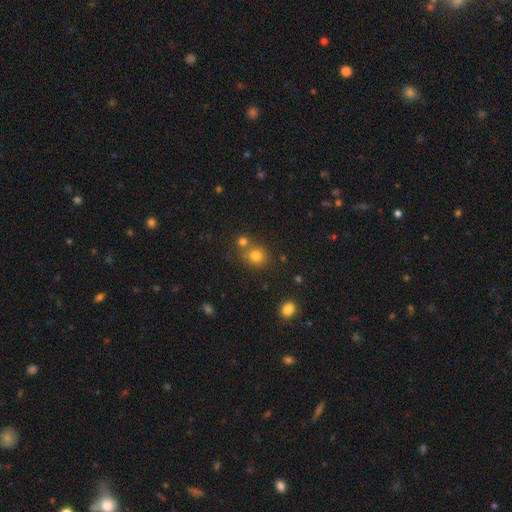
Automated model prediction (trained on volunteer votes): The model was most divided on "merging": none: 61%, merger: 26%, minor disturbance: 10%, major disturbance: 3%. More confident: how rounded — round (80%); smooth or featured — smooth (78%).